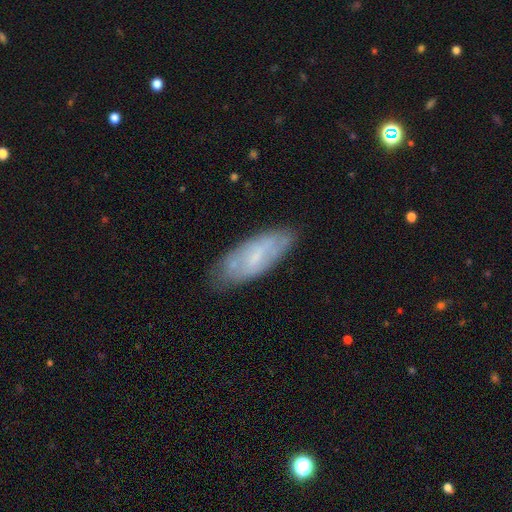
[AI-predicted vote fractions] A smooth galaxy with no disk features (48%).

Vote fractions:
- Smooth or featured? smooth: 48% / featured or disk: 45% / star or artifact: 7%
- Merging? none: 73% / minor disturbance: 20% / major disturbance: 5% / merger: 2%